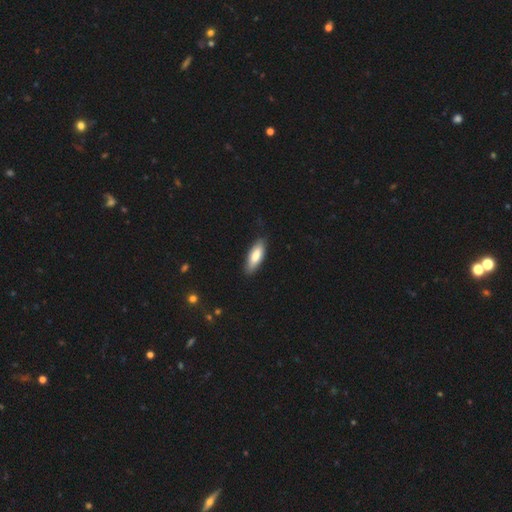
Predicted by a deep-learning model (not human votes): This is likely a smooth galaxy (78%). How rounded: likely in between (62%). Merging: clearly none (85%).